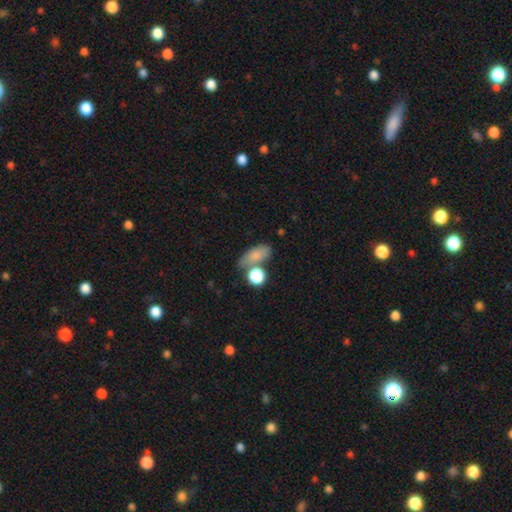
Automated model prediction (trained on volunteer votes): smooth-or-featured: smooth: 78% | star or artifact: 11% | featured or disk: 11%
  how-rounded: in between: 77% | round: 16% | cigar-shaped: 8%
  merging: none: 48% | merger: 24% | minor disturbance: 19% | major disturbance: 9%